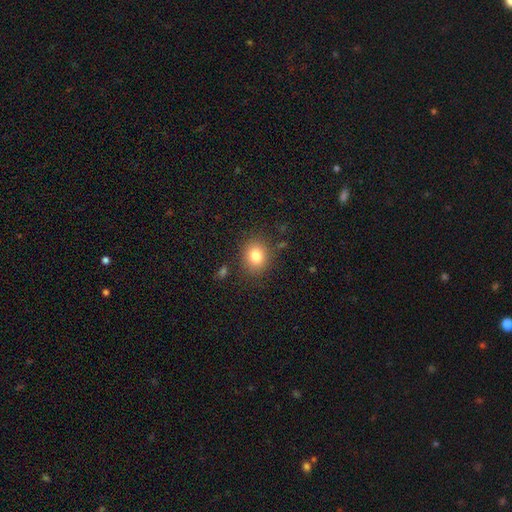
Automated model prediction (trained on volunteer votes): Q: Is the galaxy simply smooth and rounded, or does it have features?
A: smooth — 81%.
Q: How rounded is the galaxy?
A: round — 66%.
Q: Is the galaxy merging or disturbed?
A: none — 84%.